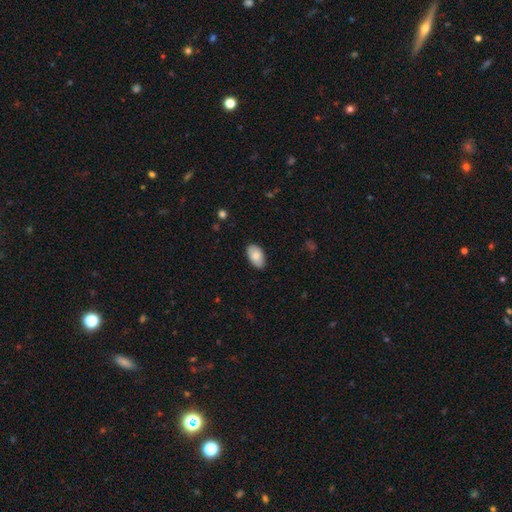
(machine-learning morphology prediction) A smooth galaxy with no disk features (83%) that is in between round and cigar-shaped (95%).

Vote fractions:
- Smooth or featured? smooth: 83% / featured or disk: 10% / star or artifact: 6%
- How rounded? in between: 95% / round: 4% / cigar-shaped: 1%
- Merging? none: 83% / minor disturbance: 14% / major disturbance: 2% / merger: 1%